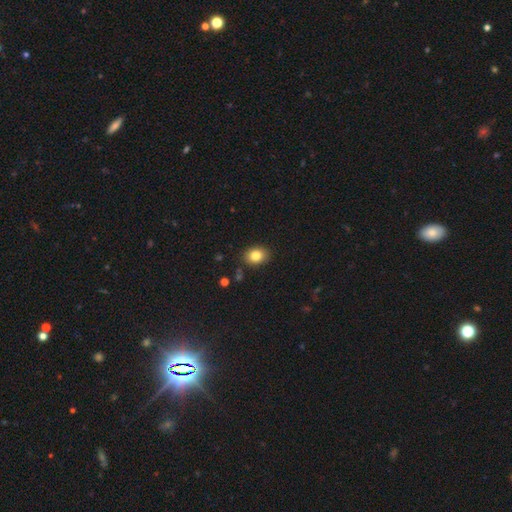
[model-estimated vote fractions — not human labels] Morphology: type=smooth (83%); roundness=in between (61%); merging=none (88%).